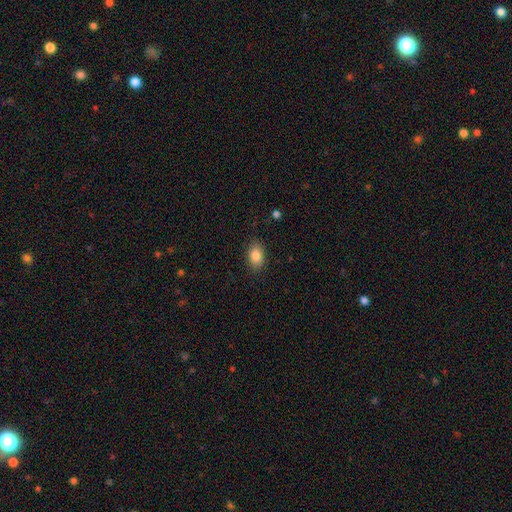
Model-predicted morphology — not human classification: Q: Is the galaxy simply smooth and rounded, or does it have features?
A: smooth — 85%.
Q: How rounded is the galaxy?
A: in between — 83%.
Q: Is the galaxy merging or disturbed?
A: none — 86%.